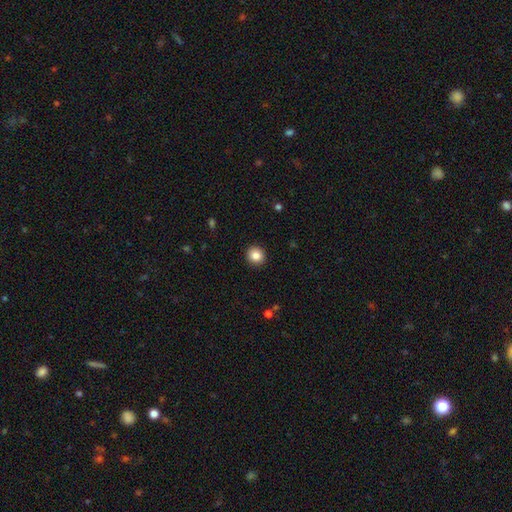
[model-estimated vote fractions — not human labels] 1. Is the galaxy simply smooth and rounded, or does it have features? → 85% smooth, 10% star or artifact, 5% featured or disk.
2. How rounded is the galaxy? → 91% round, 8% in between, 1% cigar-shaped.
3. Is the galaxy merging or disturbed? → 92% none, 5% minor disturbance, 2% major disturbance, 1% merger.